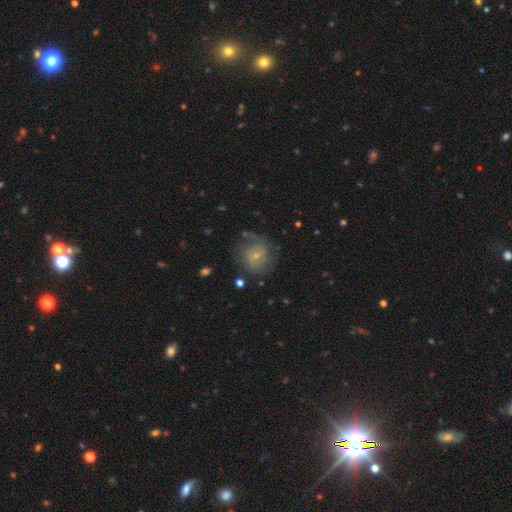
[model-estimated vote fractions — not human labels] smooth 56%, featured or disk 34%, star or artifact 10%. Down the decision tree: how rounded — round (80%); merging — none (64%).